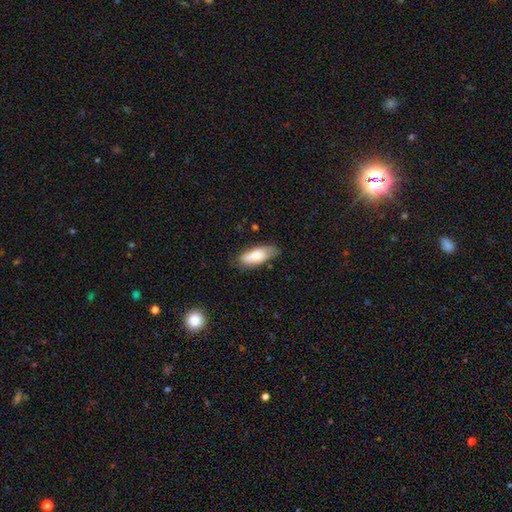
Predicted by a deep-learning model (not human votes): Morphology: type=smooth (74%); roundness=in between (76%); merging=none (65%).